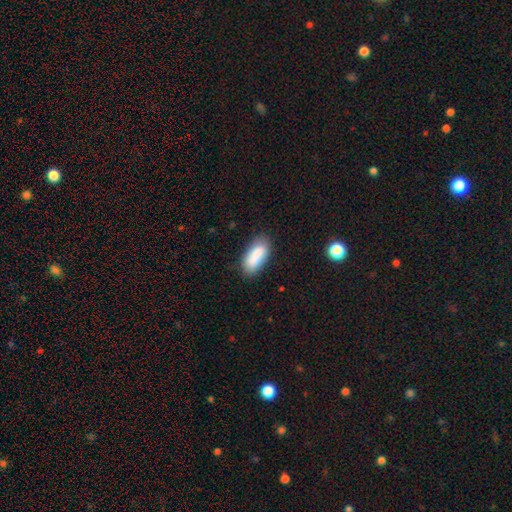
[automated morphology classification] Smooth or featured? Predicted: smooth (p=0.84). How rounded? Predicted: in between (p=0.85). Merging? Predicted: none (p=0.76).